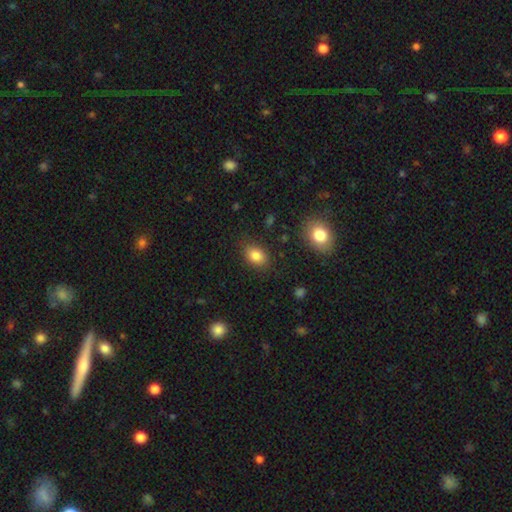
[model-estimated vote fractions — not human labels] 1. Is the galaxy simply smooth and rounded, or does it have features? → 83% smooth, 10% star or artifact, 7% featured or disk.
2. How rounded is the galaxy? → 71% in between, 27% round, 1% cigar-shaped.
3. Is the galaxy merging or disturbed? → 83% none, 11% minor disturbance, 3% major disturbance, 2% merger.